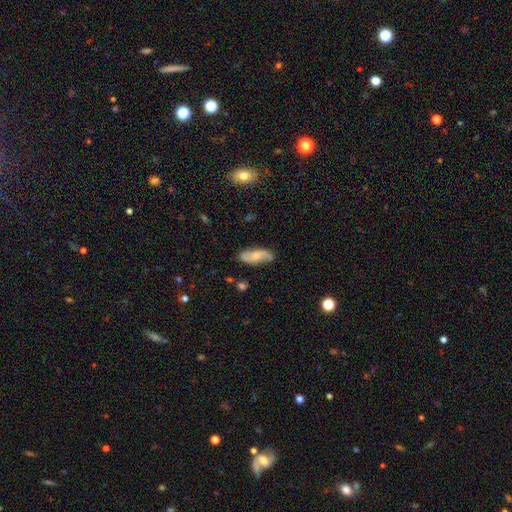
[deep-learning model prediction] The model was most divided on "smooth or featured": smooth: 49%, featured or disk: 44%, star or artifact: 7%. More confident: merging — none (75%).